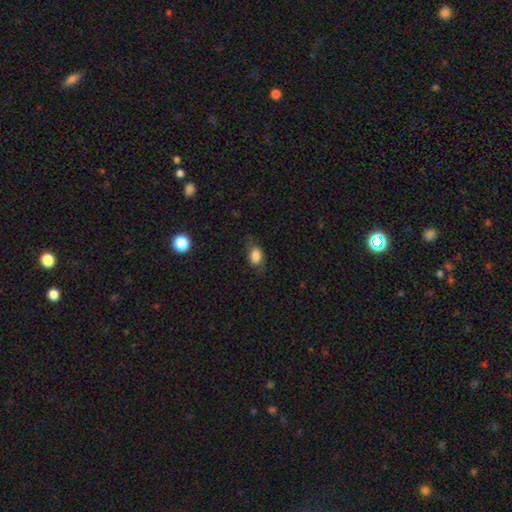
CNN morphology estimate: The model was most divided on "merging": none: 69%, minor disturbance: 21%, major disturbance: 8%, merger: 1%. More confident: how rounded — in between (82%); smooth or featured — smooth (81%).